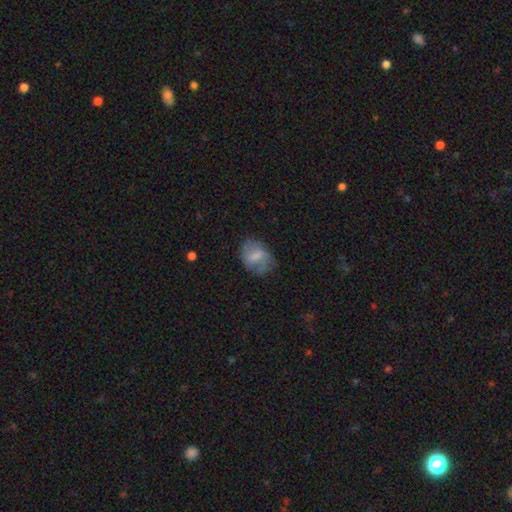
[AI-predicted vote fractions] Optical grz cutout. It shows a smooth galaxy with no disk features (55%) that is in between round and cigar-shaped (70%). Merging: none (53%).